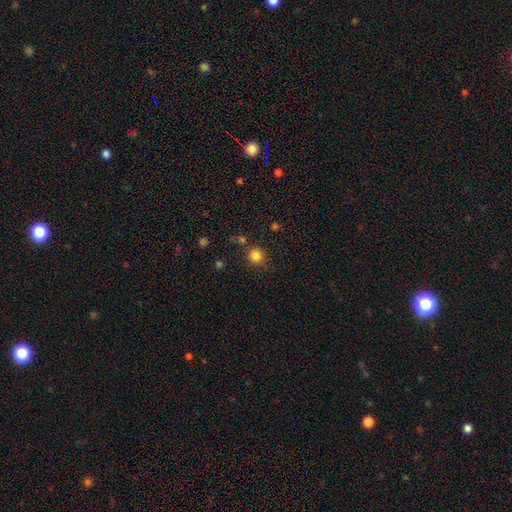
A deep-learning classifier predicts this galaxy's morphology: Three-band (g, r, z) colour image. It shows a smooth galaxy with no disk features (84%) that is round (93%). Merging: none (83%).